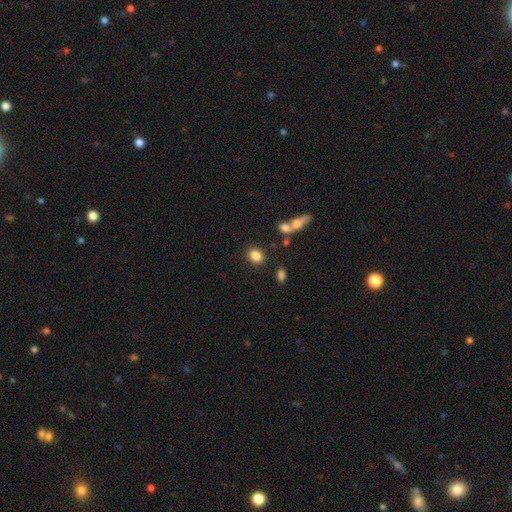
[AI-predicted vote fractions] smooth 85%, star or artifact 9%, featured or disk 6%. Down the decision tree: how rounded — in between (51%); merging — none (80%).